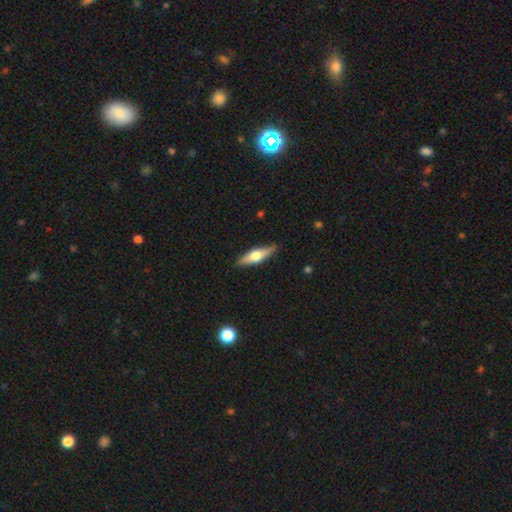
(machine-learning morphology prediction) Smooth or featured?
  - featured or disk: 49% *
  - smooth: 45%
  - star or artifact: 5%
Merging?
  - none: 87% *
  - minor disturbance: 10%
  - major disturbance: 2%
  - merger: 1%